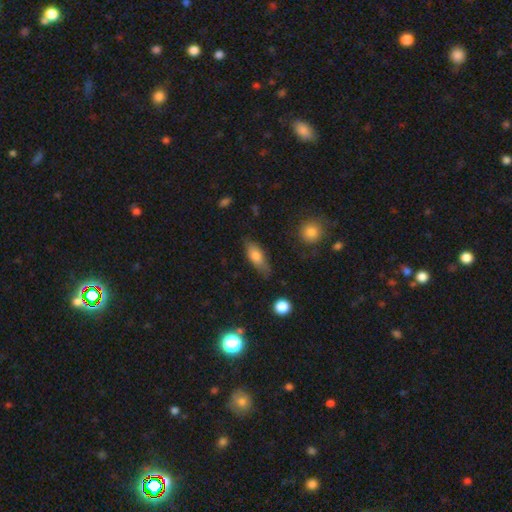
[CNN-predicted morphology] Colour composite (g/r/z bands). It shows a smooth galaxy with no disk features (72%) that is in between round and cigar-shaped (71%). Merging: none (66%).